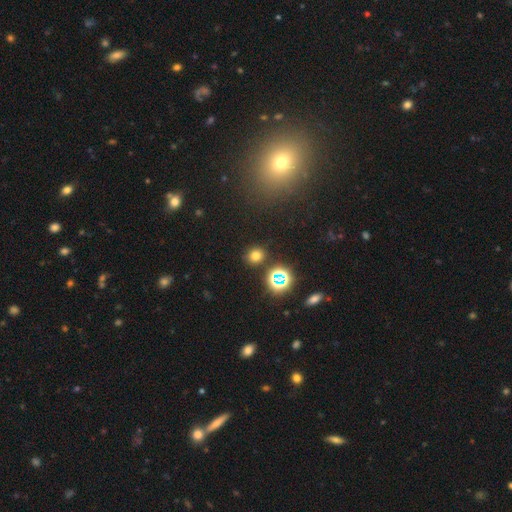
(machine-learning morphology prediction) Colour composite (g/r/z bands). It shows a smooth galaxy with no disk features (71%) that is round (79%). Merging: none (85%).